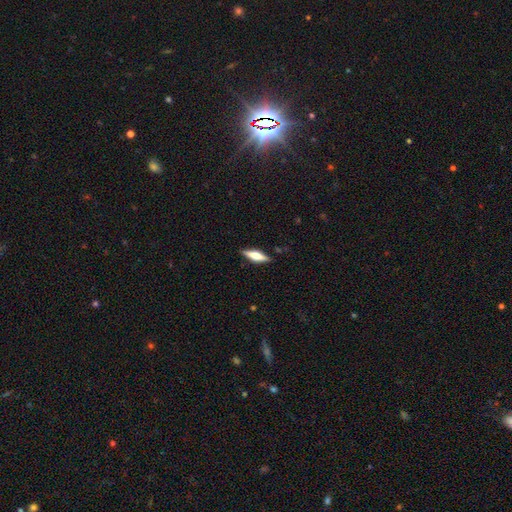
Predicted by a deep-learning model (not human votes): This appears to be a smooth galaxy with no disk features (47%). Merging: none (87%).